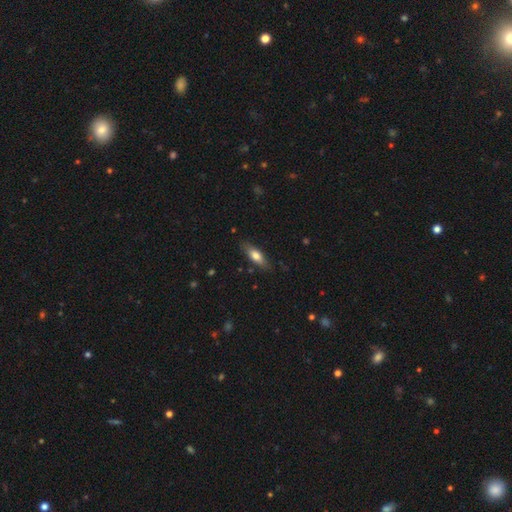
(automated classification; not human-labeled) Smooth or featured: smooth — 70% (featured or disk — 24%)
How rounded: in between — 59% (cigar-shaped — 39%)
Merging: none — 82% (minor disturbance — 14%)